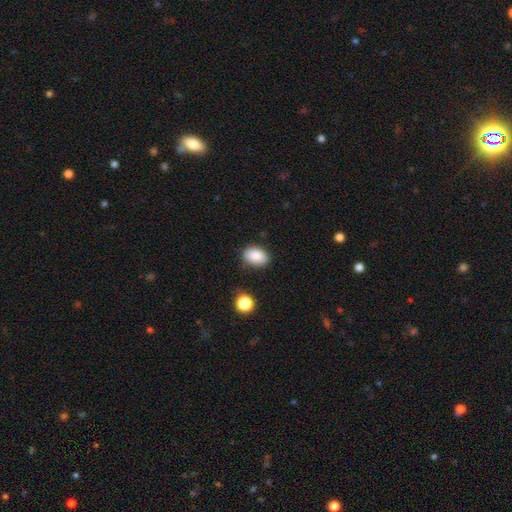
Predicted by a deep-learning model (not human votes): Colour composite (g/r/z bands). It shows a smooth galaxy with no disk features (87%) that is in between round and cigar-shaped (84%). Merging: none (82%).